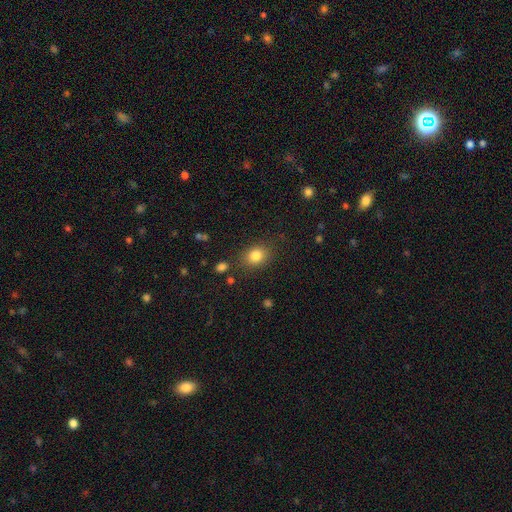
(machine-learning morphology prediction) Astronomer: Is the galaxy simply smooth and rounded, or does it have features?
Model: smooth — 82%.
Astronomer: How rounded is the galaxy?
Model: in between — 50% (runner-up: round, 49%).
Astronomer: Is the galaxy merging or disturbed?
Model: none — 82%.